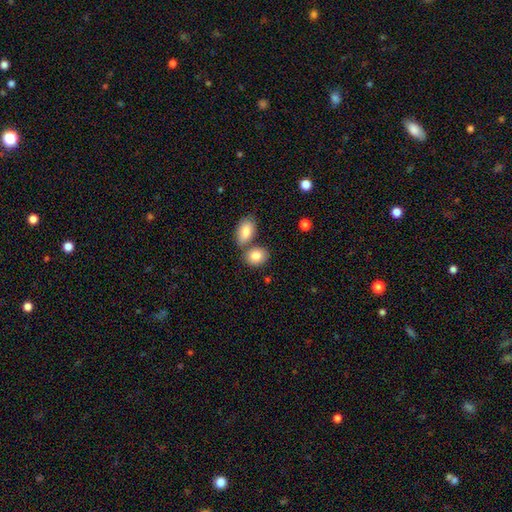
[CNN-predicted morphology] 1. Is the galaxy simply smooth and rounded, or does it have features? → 84% smooth, 8% featured or disk, 7% star or artifact.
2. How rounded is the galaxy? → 67% in between, 32% round, 1% cigar-shaped.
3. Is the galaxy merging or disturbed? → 51% none, 35% merger, 11% minor disturbance, 3% major disturbance.